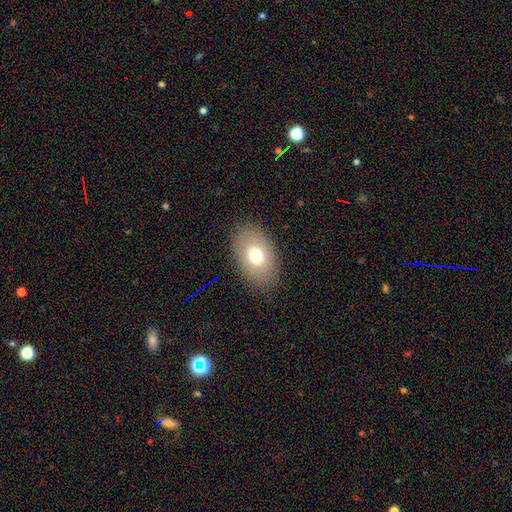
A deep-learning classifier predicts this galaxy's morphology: Smooth or featured? smooth (71%)
How rounded? in between (87%)
Merging? none (85%)